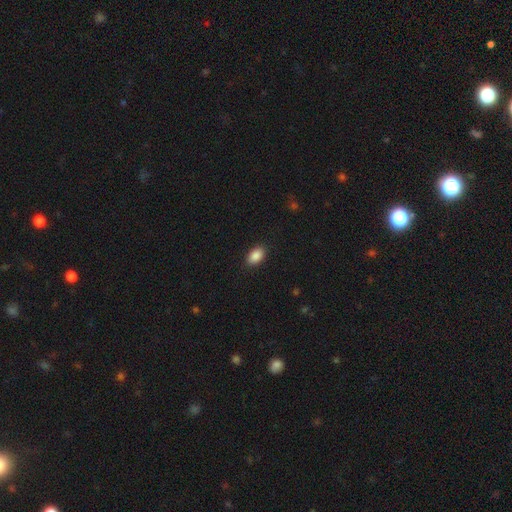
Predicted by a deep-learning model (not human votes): Smooth or featured? Predicted: smooth (p=0.89). How rounded? Predicted: in between (p=0.91). Merging? Predicted: none (p=0.88).